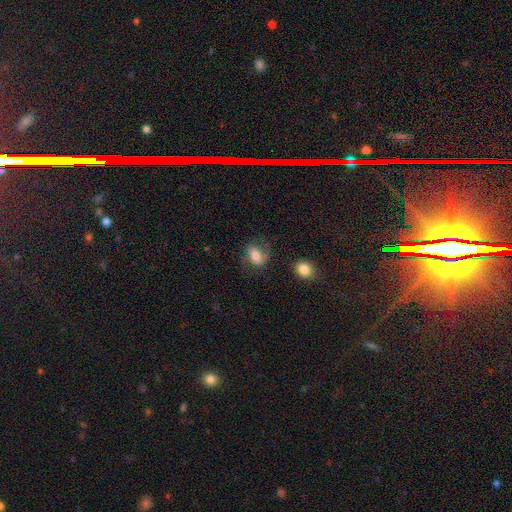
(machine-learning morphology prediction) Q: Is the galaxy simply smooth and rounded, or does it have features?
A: smooth — 50%.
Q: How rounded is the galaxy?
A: in between — 72%.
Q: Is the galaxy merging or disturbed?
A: none — 60%.